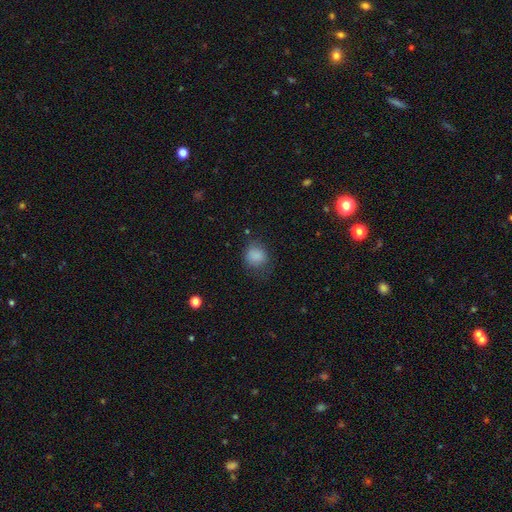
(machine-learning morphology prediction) The model was most divided on "how rounded": round: 69%, in between: 30%, cigar-shaped: 1%. More confident: smooth or featured — smooth (85%); merging — none (65%).